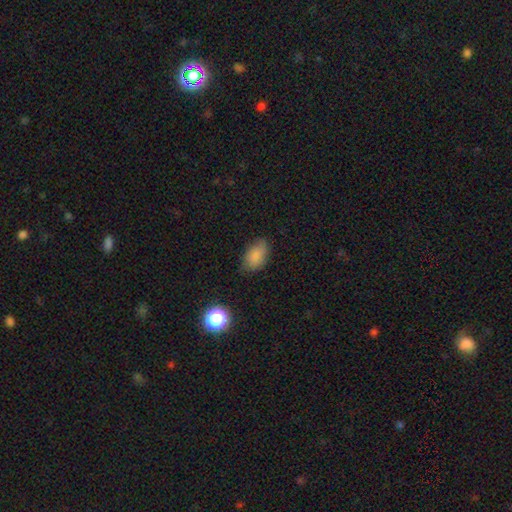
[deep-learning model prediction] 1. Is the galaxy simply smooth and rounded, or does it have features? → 81% smooth, 10% star or artifact, 8% featured or disk.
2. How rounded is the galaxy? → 90% in between, 9% round, 2% cigar-shaped.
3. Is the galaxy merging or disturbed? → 72% none, 22% minor disturbance, 5% major disturbance, 1% merger.